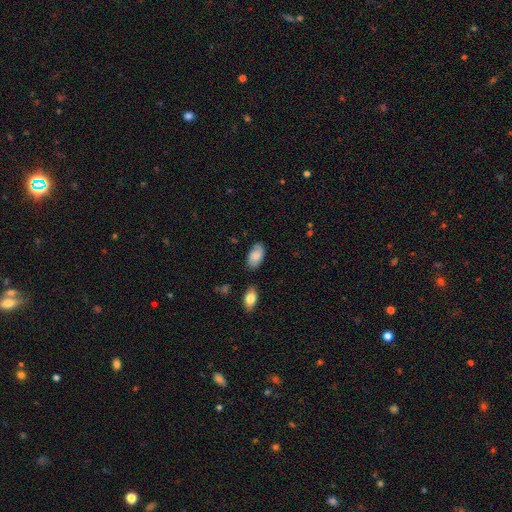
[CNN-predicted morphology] The model was most divided on "merging": none: 76%, minor disturbance: 18%, major disturbance: 3%, merger: 3%. More confident: how rounded — in between (94%); smooth or featured — smooth (75%).